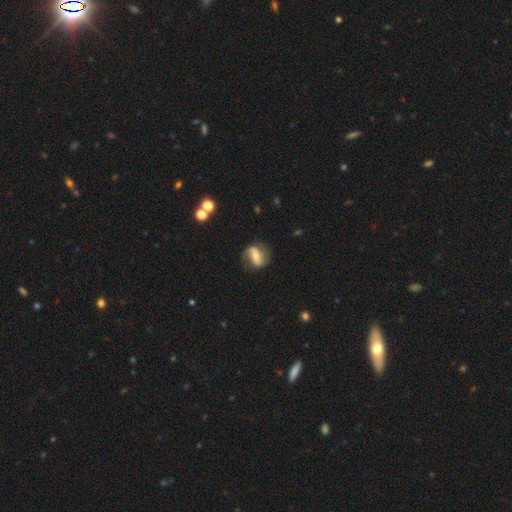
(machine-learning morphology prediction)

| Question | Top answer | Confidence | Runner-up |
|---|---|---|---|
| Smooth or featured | featured or disk | 67% | smooth (25%) |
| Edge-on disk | no | 95% | yes (5%) |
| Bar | strong | 46% | weak (32%) |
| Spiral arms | yes | 86% | no (14%) |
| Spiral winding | loose | 44% | medium (37%) |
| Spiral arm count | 2 | 82% | 1 (8%) |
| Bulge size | moderate | 44% | small (43%) |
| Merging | none | 68% | minor disturbance (20%) |